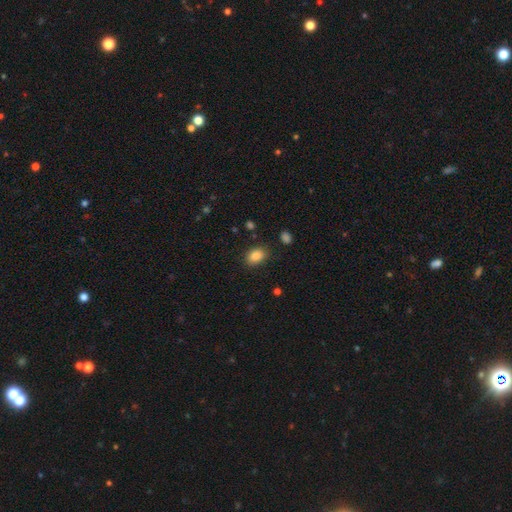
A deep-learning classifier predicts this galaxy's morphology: Smooth or featured: smooth — 86% (star or artifact — 9%)
How rounded: in between — 76% (round — 23%)
Merging: none — 82% (minor disturbance — 13%)